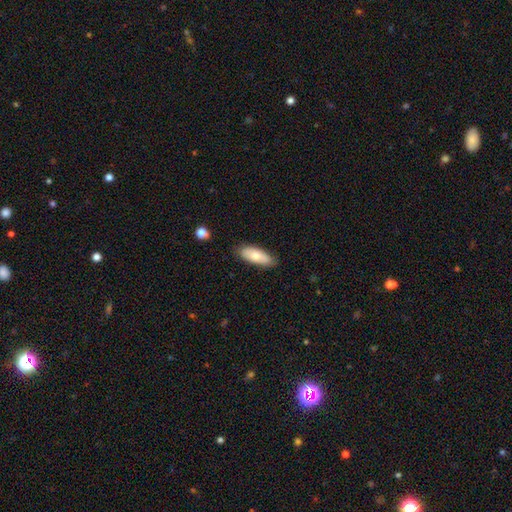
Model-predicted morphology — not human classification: smooth-or-featured: smooth: 74% | featured or disk: 20% | star or artifact: 6%
  how-rounded: in between: 74% | cigar-shaped: 24% | round: 2%
  merging: none: 82% | minor disturbance: 15% | major disturbance: 2% | merger: 2%